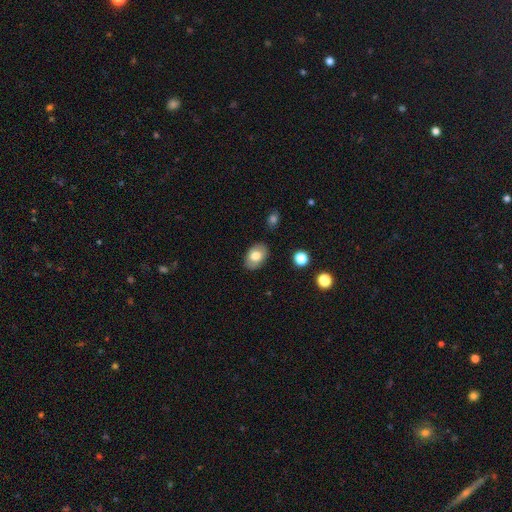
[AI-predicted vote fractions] Overall: smooth (73%). How rounded: in between (86%). Merging: none (86%).